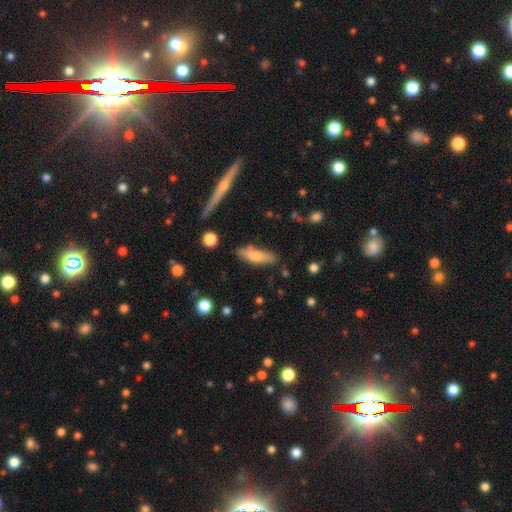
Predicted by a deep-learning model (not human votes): Smooth or featured? smooth (69%)
How rounded? cigar-shaped (52%)
Merging? none (74%)